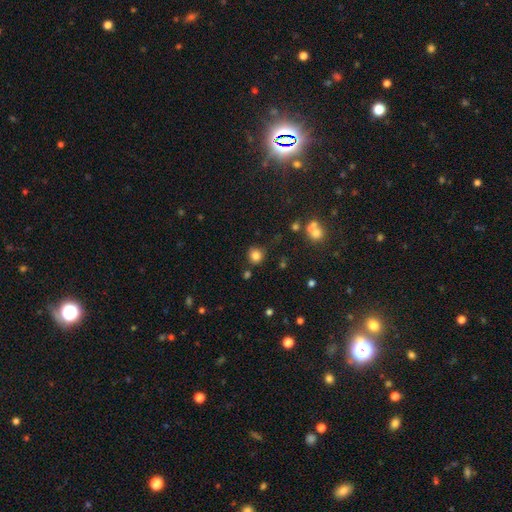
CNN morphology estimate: This is clearly a smooth galaxy (81%). How rounded: clearly round (89%). Merging: likely none (79%).